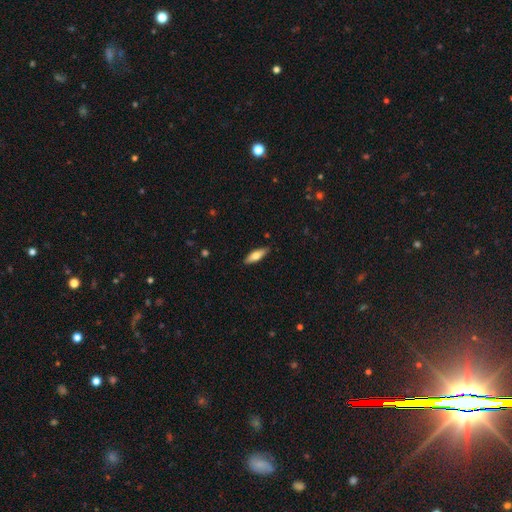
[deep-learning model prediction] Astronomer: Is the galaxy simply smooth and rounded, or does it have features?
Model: smooth — 70%.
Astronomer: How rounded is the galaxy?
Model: in between — 52% (runner-up: cigar-shaped, 46%).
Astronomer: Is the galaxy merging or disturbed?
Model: none — 87%.